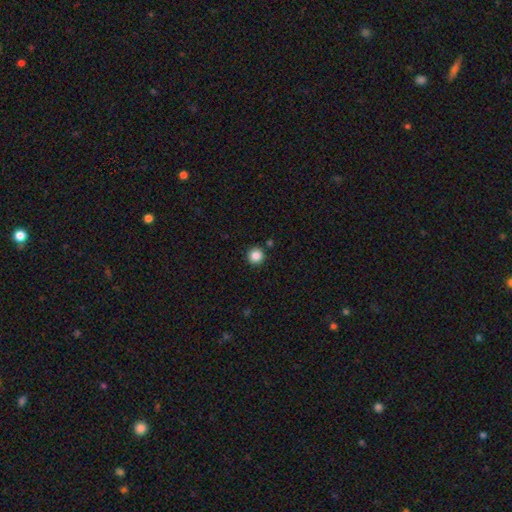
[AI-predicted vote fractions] This is clearly a smooth galaxy (86%). How rounded: clearly round (96%). Merging: clearly none (91%).